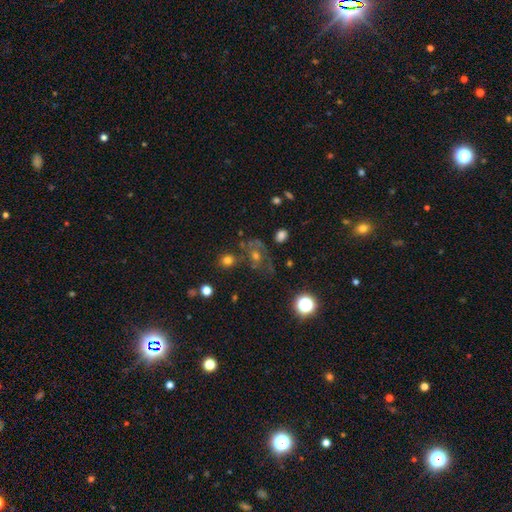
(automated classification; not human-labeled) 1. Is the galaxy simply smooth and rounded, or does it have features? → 38% featured or disk, 32% star or artifact, 30% smooth.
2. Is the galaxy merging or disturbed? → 48% none, 21% major disturbance, 18% minor disturbance, 13% merger.